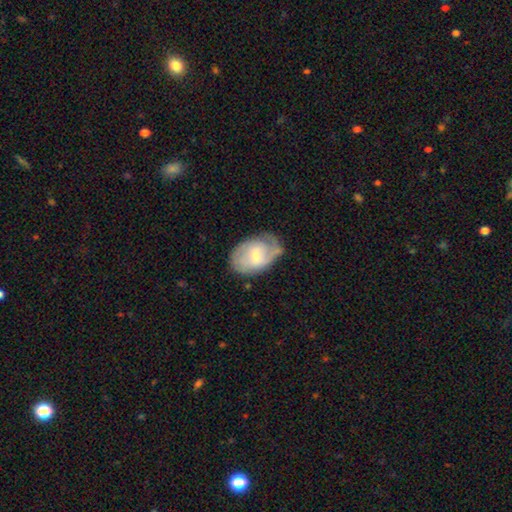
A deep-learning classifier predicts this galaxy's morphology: Overall: featured or disk (64%; smooth 30%). Edge-on disk: no (96%). Bar: weak (49%; no 41%). Spiral arms: yes (83%). Spiral arm count: 2 (53%; can't tell 26%). Spiral winding: medium (41%; tight 40%). Bulge size: small (52%; moderate 43%). Merging: none (61%; minor disturbance 27%).